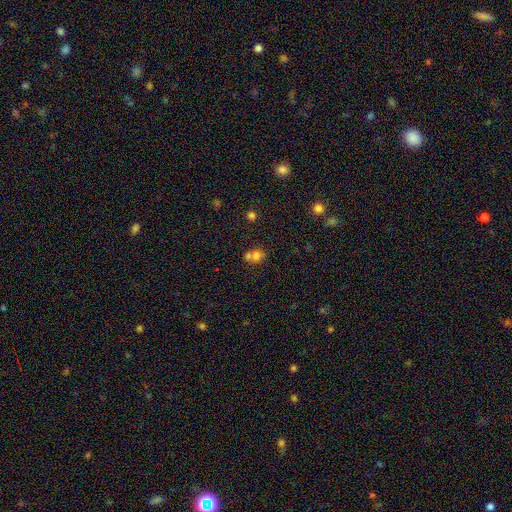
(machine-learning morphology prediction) Smooth or featured? Predicted: smooth (p=0.71). How rounded? Predicted: round (p=0.66). Merging? Predicted: merger (p=0.55).